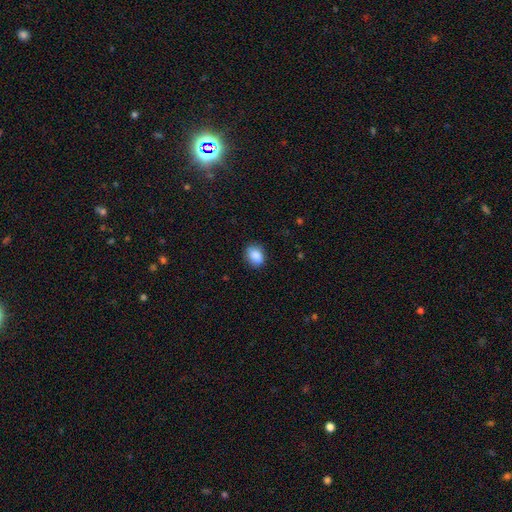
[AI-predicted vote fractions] smooth 86%, star or artifact 8%, featured or disk 6%. Down the decision tree: how rounded — in between (64%); merging — none (83%).